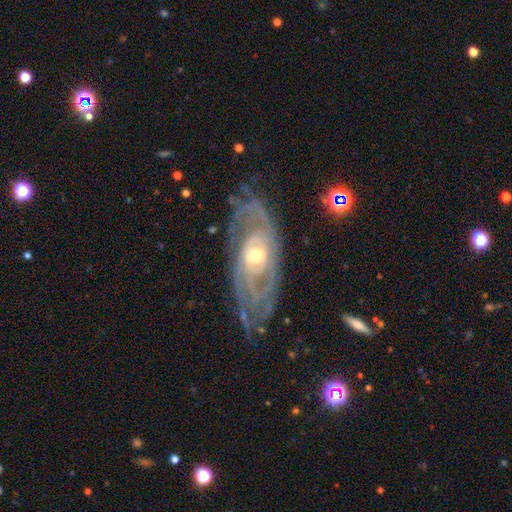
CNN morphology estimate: The model was most divided on "spiral arm count": 2: 35%, can't tell: 32%, 3: 14%, 4: 7%, more than 4: 6%, 1: 5%. More confident: spiral arms — yes (93%); edge-on disk — no (92%); smooth or featured — featured or disk (87%); merging — none (70%); bar — no (69%); spiral winding — tight (64%); bulge size — moderate (50%).